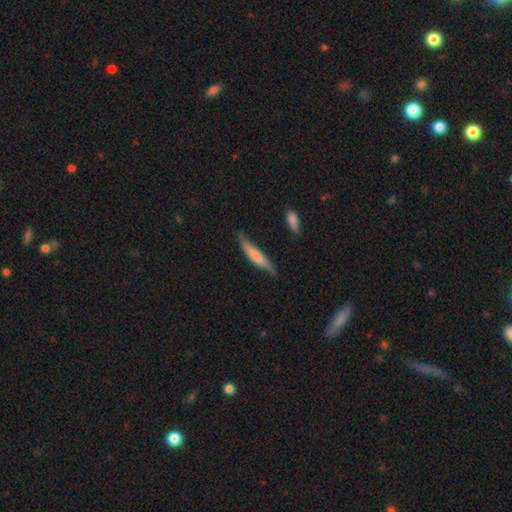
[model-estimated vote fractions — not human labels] Overall: smooth (64%; featured or disk 30%). How rounded: cigar-shaped (87%). Merging: none (64%; minor disturbance 27%).